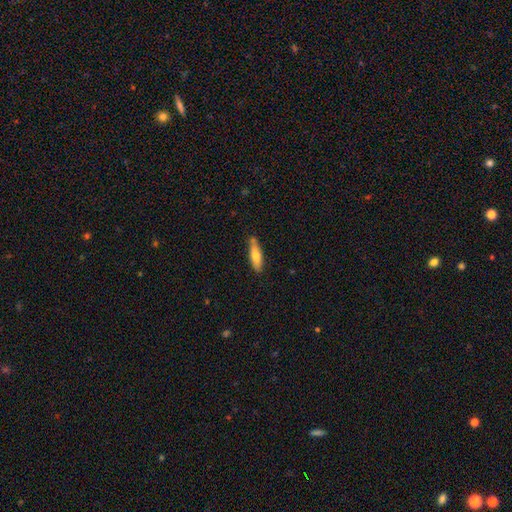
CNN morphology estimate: type=smooth (70%); roundness=cigar-shaped (61%); merging=none (75%).